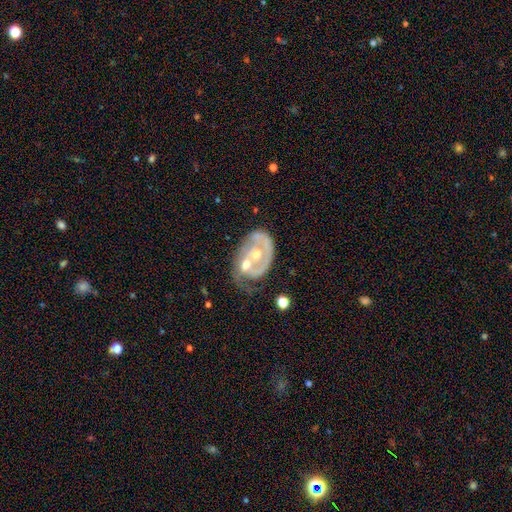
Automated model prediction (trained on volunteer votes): Smooth or featured? featured or disk (78%)
Edge-on disk? no (97%)
Bar? no (78%)
Spiral arms? yes (68%)
Spiral winding? tight (50%)
Spiral arm count? 1 (52%)
Bulge size? moderate (63%)
Merging? merger (37%)